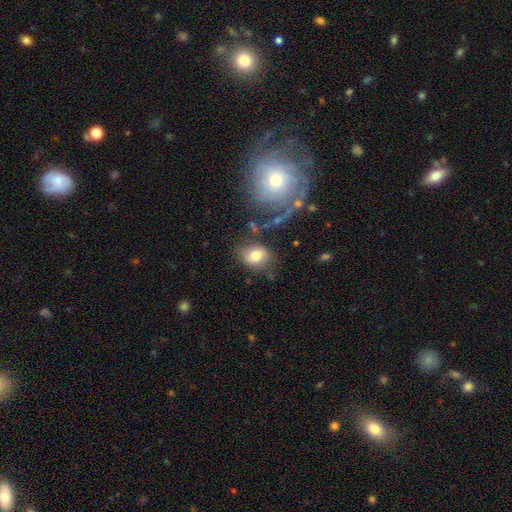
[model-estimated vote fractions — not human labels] This appears to be a smooth galaxy with no disk features (73%) that is round (51%). Merging: none (69%).